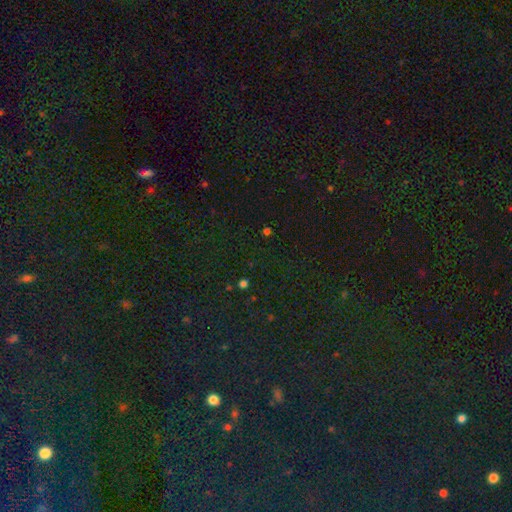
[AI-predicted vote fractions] Smooth or featured?
  - star or artifact: 82% *
  - smooth: 11%
  - featured or disk: 7%